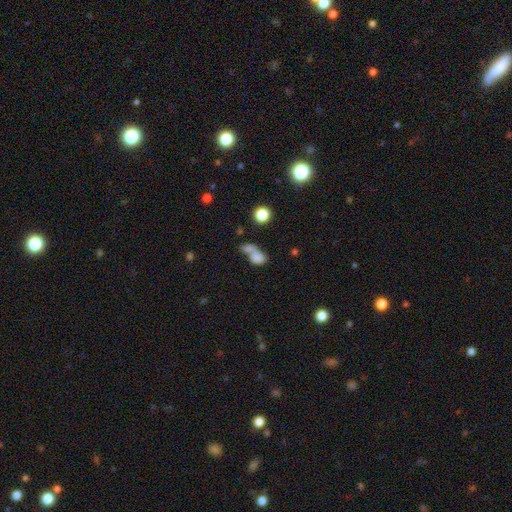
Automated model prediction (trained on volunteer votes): Q: Smooth or featured?
A: smooth (75%); runner-up: featured or disk (13%)
Q: How rounded?
A: in between (66%); runner-up: round (32%)
Q: Merging?
A: merger (59%); runner-up: none (21%)